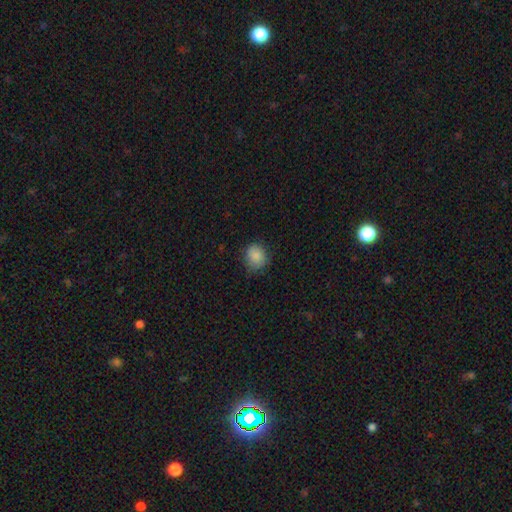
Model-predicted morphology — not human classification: smooth-or-featured: smooth: 86% | star or artifact: 9% | featured or disk: 5%
  how-rounded: round: 72% | in between: 27% | cigar-shaped: 1%
  merging: none: 77% | minor disturbance: 18% | major disturbance: 4% | merger: 1%